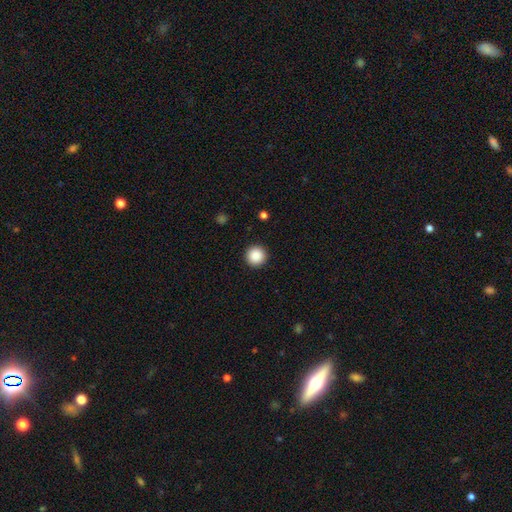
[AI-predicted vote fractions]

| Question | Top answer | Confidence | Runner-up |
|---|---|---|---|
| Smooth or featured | smooth | 88% | star or artifact (9%) |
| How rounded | round | 96% | in between (3%) |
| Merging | none | 93% | minor disturbance (4%) |